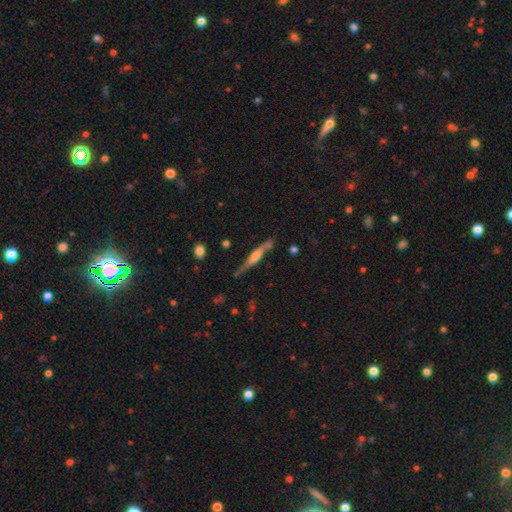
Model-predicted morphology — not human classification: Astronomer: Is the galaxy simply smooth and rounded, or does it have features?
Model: featured or disk — 69%.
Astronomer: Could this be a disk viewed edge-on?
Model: yes — 93%.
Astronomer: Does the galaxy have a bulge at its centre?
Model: rounded — 63%.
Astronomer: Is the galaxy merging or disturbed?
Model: none — 73%.